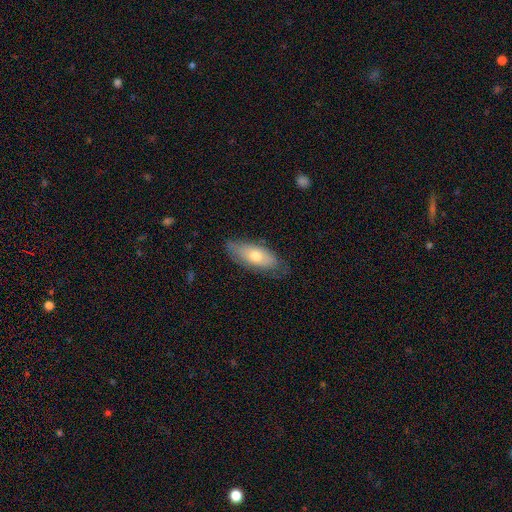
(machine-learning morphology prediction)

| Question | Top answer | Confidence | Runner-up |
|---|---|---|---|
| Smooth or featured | smooth | 58% | featured or disk (34%) |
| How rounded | in between | 77% | cigar-shaped (20%) |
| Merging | none | 76% | minor disturbance (19%) |